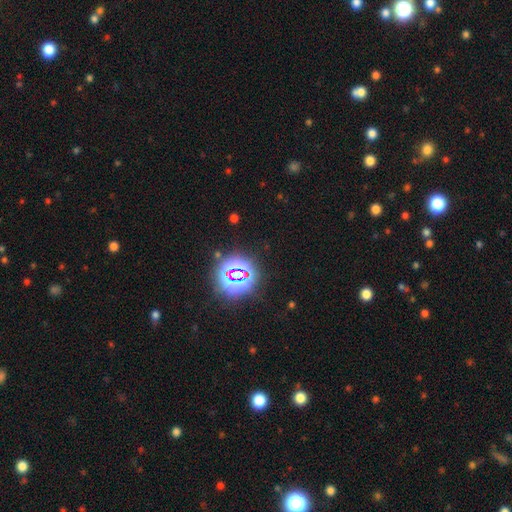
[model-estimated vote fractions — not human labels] Q: Smooth or featured?
A: star or artifact (81%); runner-up: smooth (12%)